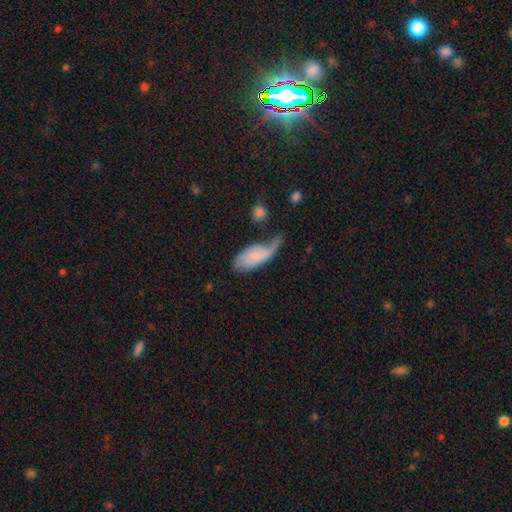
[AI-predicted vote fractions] smooth 61%, featured or disk 32%, star or artifact 7%. Down the decision tree: how rounded — in between (89%); merging — major disturbance (34%).